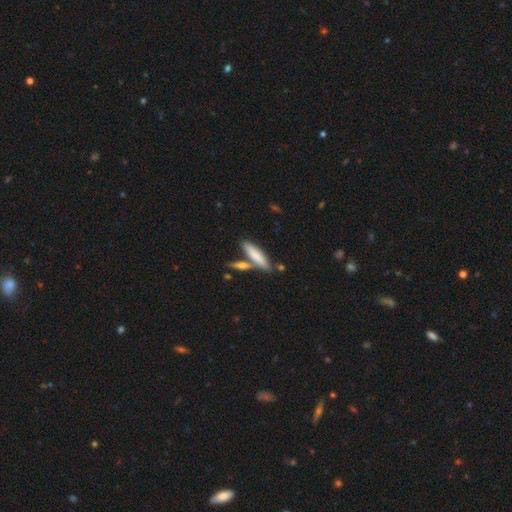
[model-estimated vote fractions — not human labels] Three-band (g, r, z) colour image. It shows a smooth galaxy with no disk features (77%) that is cigar-shaped (71%). Merging: none (62%).